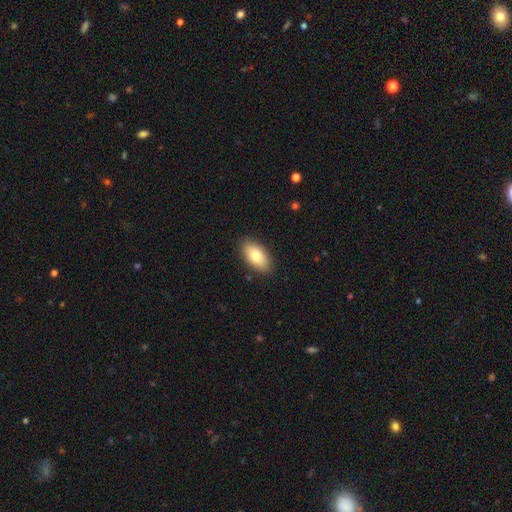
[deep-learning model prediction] Morphology: type=smooth (79%); roundness=in between (92%); merging=none (86%).